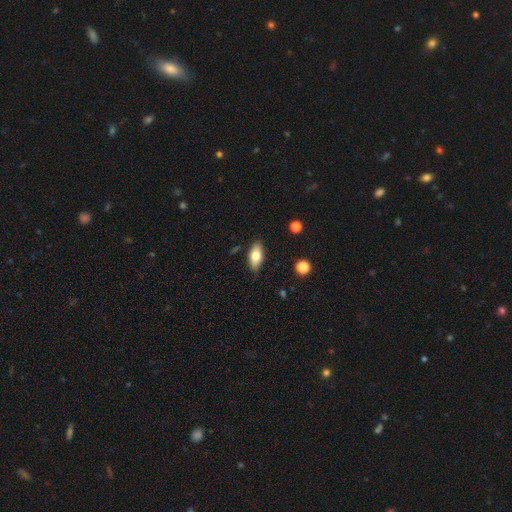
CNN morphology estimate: The model was most divided on "smooth or featured": smooth: 73%, featured or disk: 20%, star or artifact: 7%. More confident: how rounded — in between (86%); merging — none (85%).